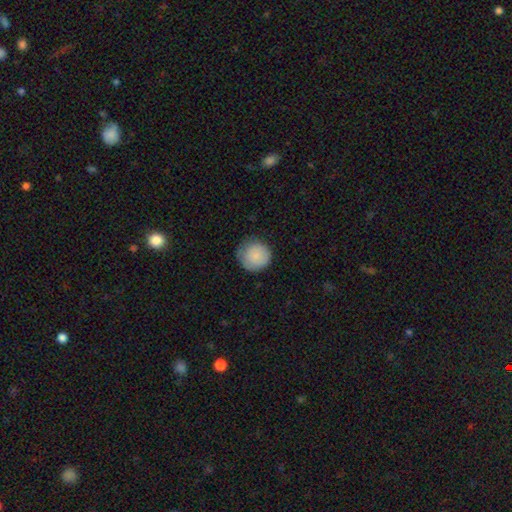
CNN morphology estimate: Smooth or featured? smooth (84%)
How rounded? round (94%)
Merging? none (69%)